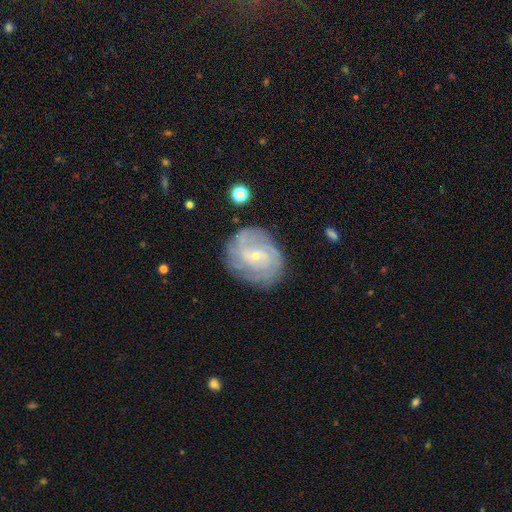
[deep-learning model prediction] This is likely a featured or disk galaxy (78%). It is clearly not viewed edge-on (97%). Bar: likely no (65%). Spiral arm pattern: clearly yes (91%). Spiral arm count: marginally can't tell (39%). Spiral winding: likely tight (61%). Central bulge: clearly small (80%). Merging: likely none (77%).